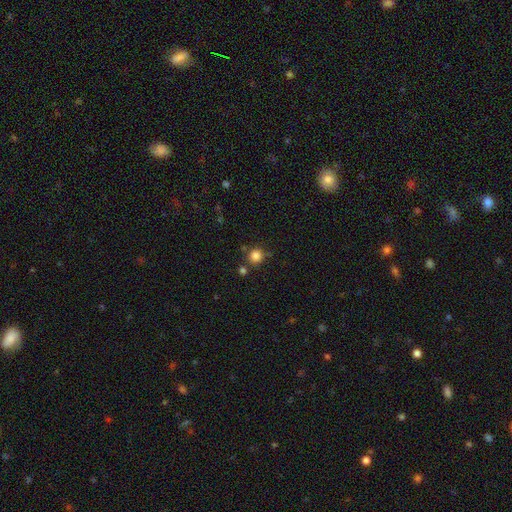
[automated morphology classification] smooth-or-featured: smooth: 83% | star or artifact: 12% | featured or disk: 5%
  how-rounded: round: 93% | in between: 6% | cigar-shaped: 1%
  merging: none: 81% | minor disturbance: 9% | merger: 8% | major disturbance: 3%